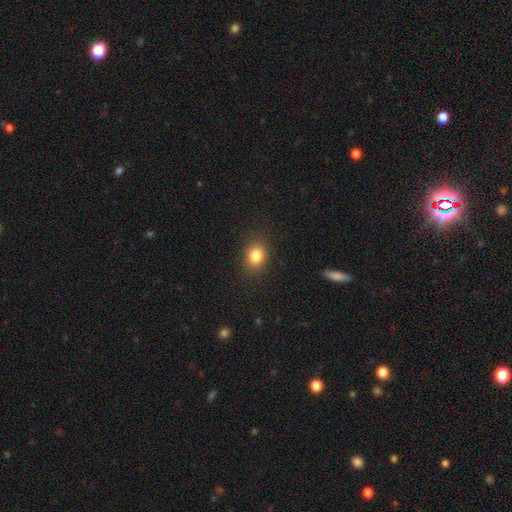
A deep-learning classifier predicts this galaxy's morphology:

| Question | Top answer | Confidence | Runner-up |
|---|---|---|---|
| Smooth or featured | smooth | 83% | star or artifact (11%) |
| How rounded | in between | 50% | round (49%) |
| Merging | none | 85% | minor disturbance (11%) |